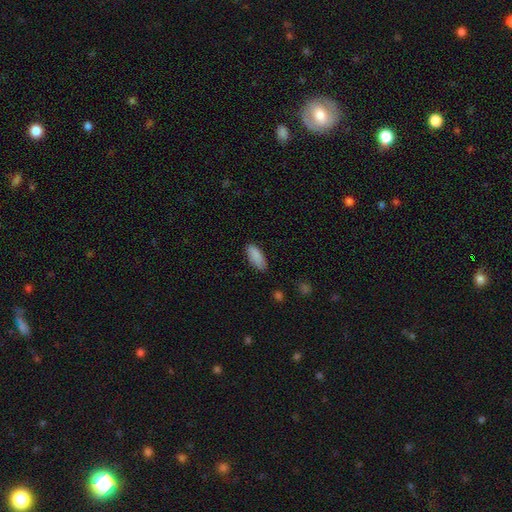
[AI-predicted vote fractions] smooth-or-featured: smooth: 89% | star or artifact: 7% | featured or disk: 5%
  how-rounded: in between: 81% | cigar-shaped: 17% | round: 2%
  merging: none: 82% | minor disturbance: 14% | major disturbance: 3% | merger: 1%